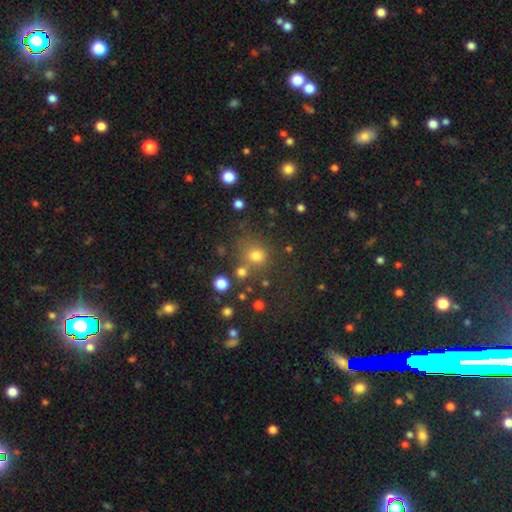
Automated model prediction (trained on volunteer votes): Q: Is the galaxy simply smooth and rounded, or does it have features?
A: smooth — 73%.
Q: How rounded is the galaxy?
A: round — 79%.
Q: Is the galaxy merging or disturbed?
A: none — 66%.